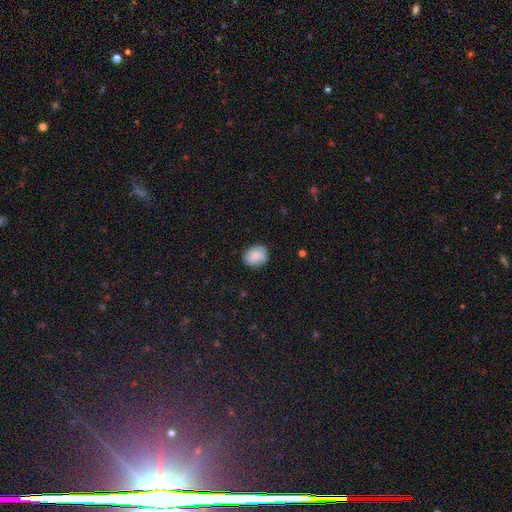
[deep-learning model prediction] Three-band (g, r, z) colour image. It shows a smooth galaxy with no disk features (76%) that is round (53%). Merging: none (74%).